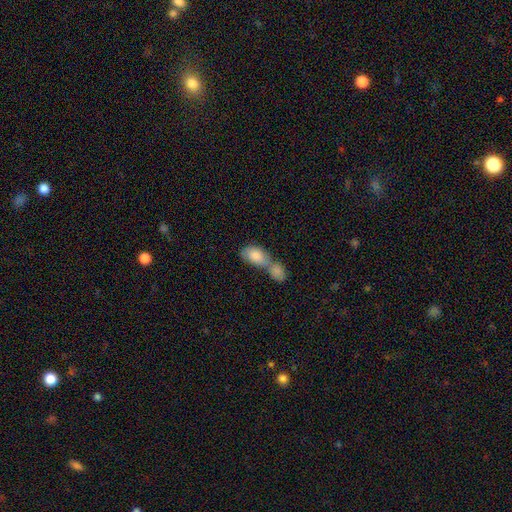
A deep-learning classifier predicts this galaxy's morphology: The model was most divided on "merging": merger: 74%, none: 16%, minor disturbance: 6%, major disturbance: 4%. More confident: how rounded — in between (86%); smooth or featured — smooth (81%).